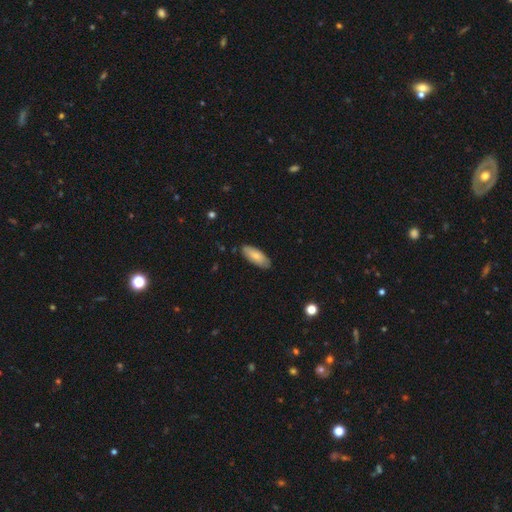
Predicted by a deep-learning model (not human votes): Overall: smooth (78%). How rounded: in between (80%). Merging: none (83%).